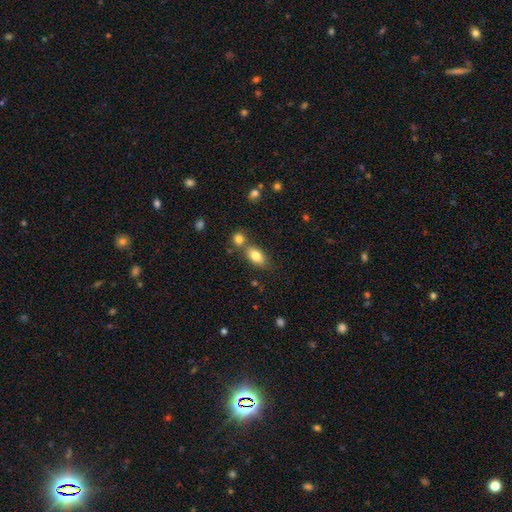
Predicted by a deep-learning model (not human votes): A smooth galaxy with no disk features (81%) that is in between round and cigar-shaped (86%). Merging: none (59%).